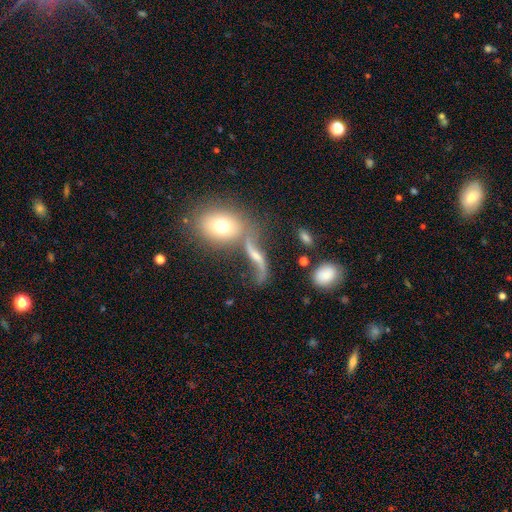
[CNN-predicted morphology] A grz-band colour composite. It shows a featured or disk galaxy (73%) with no bar (44%), 2 (89%) loose (94%) spiral arms (88%) and a small central bulge (41%). Merging: none (40%).